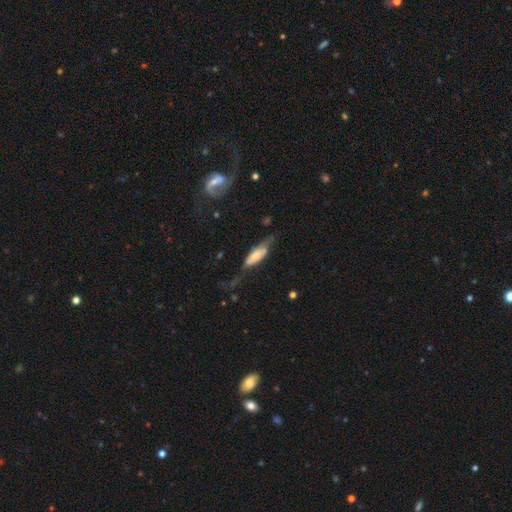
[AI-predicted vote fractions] Smooth or featured?
  - smooth: 48% *
  - featured or disk: 46%
  - star or artifact: 7%
Merging?
  - none: 35% *
  - major disturbance: 33%
  - minor disturbance: 28%
  - merger: 4%